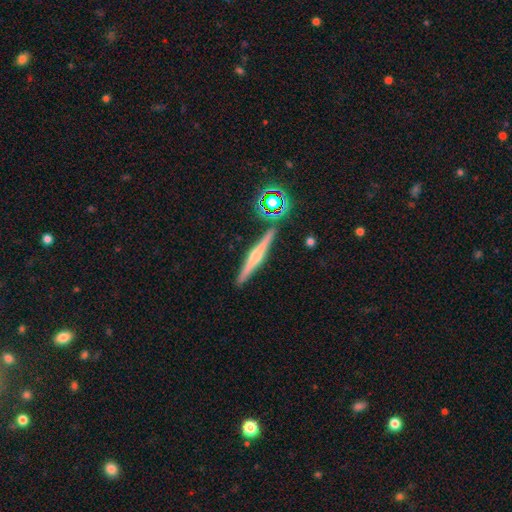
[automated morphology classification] featured or disk 68%, smooth 22%, star or artifact 10%. Down the decision tree: edge-on disk — yes (98%); edge-on bulge — rounded (80%); merging — none (88%).